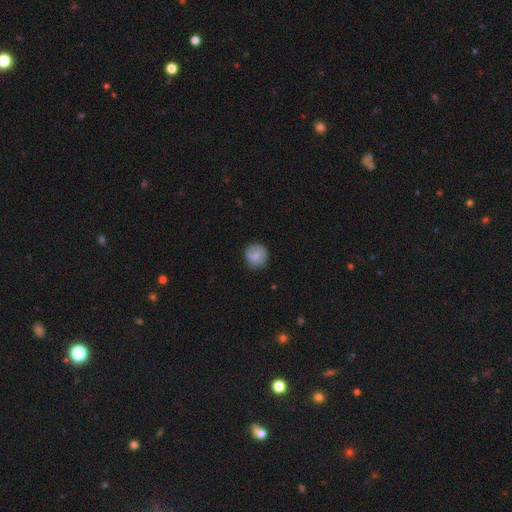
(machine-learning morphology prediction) smooth_or_featured: smooth (p=0.66) [alt: featured or disk p=0.27]
how_rounded: round (p=0.89) [alt: in between p=0.10]
merging: none (p=0.77) [alt: minor disturbance p=0.16]